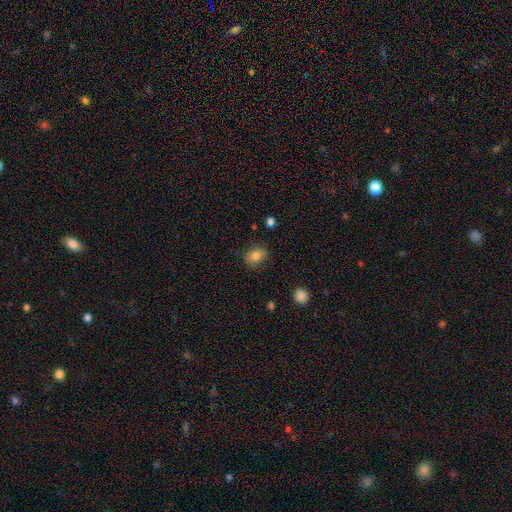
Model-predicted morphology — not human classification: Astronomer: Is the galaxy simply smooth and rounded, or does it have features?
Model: smooth — 79%.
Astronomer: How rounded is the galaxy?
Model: in between — 50% (runner-up: round, 49%).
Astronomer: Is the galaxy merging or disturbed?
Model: none — 81%.